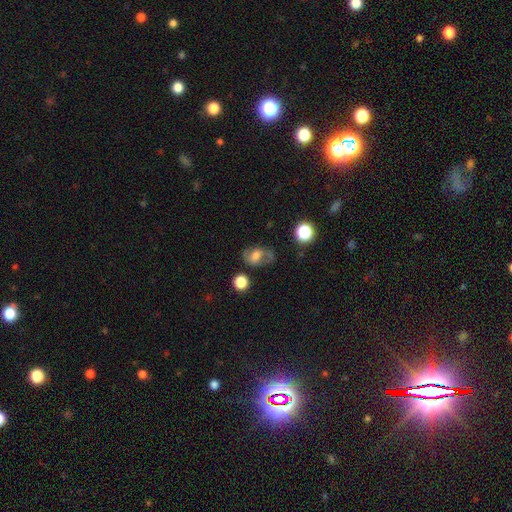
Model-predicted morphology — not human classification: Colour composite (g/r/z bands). It shows a smooth galaxy with no disk features (44%, tied with featured or disk). Merging: none (57%).